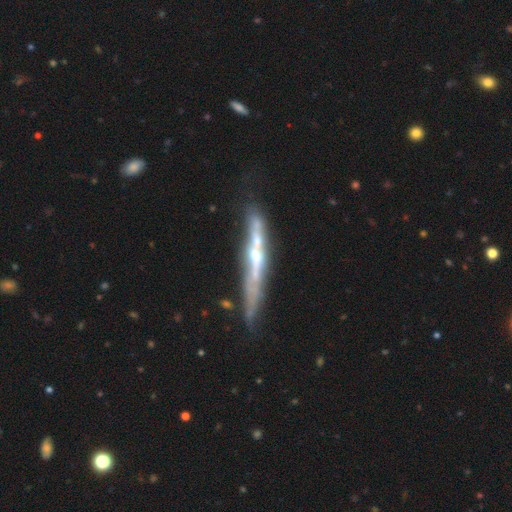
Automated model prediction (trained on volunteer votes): The model was most divided on "edge-on bulge": rounded: 47%, none: 43%, boxy: 11%. More confident: edge-on disk — yes (87%); smooth or featured — featured or disk (76%); merging — none (59%).